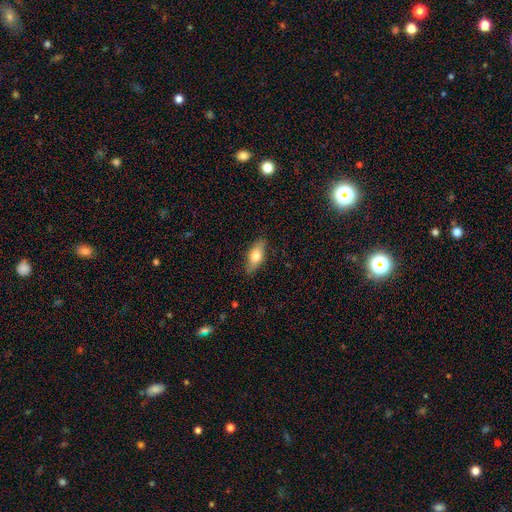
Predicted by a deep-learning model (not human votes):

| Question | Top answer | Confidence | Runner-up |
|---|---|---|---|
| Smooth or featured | smooth | 69% | featured or disk (24%) |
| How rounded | in between | 75% | cigar-shaped (22%) |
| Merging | none | 84% | minor disturbance (12%) |